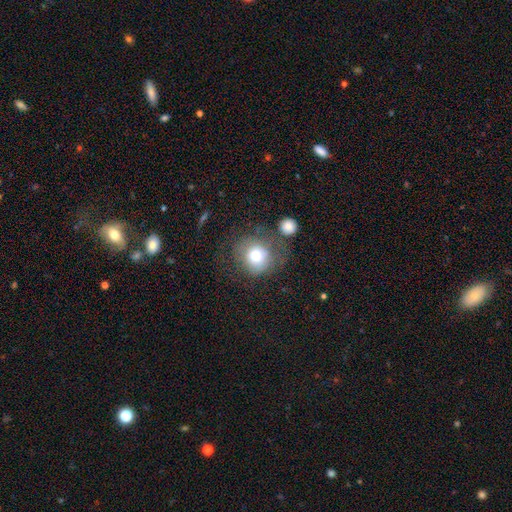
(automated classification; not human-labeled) Q: Smooth or featured?
A: smooth (73%); runner-up: featured or disk (17%)
Q: How rounded?
A: round (84%); runner-up: in between (15%)
Q: Merging?
A: none (55%); runner-up: minor disturbance (20%)